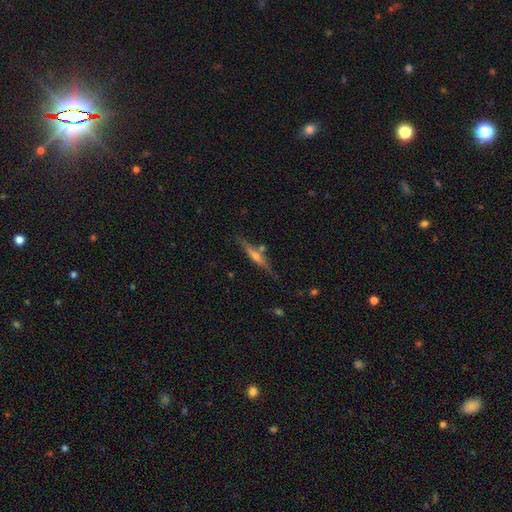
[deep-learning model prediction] A featured or disk galaxy (75%) viewed edge-on (96%) with a rounded central bulge (83%). Merging: none (81%).